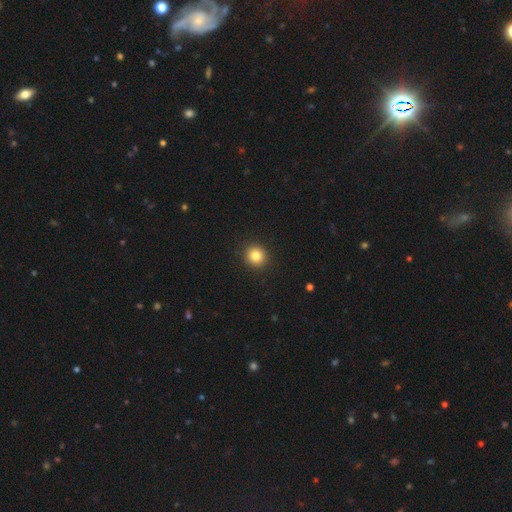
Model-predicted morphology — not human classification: Q: Smooth or featured?
A: smooth (83%); runner-up: star or artifact (11%)
Q: How rounded?
A: round (91%); runner-up: in between (8%)
Q: Merging?
A: none (93%); runner-up: minor disturbance (5%)